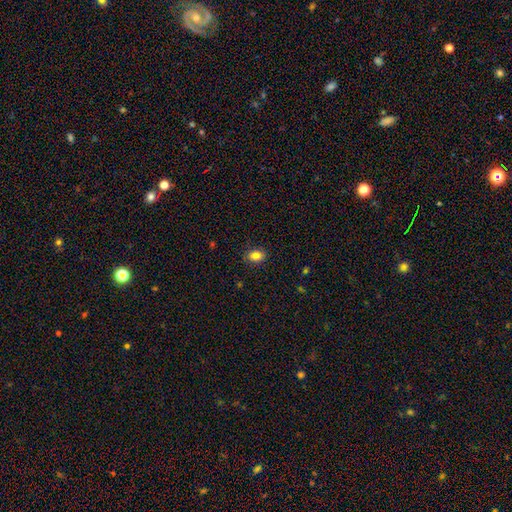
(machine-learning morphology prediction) Smooth or featured?
  - smooth: 83% *
  - star or artifact: 10%
  - featured or disk: 7%
How rounded?
  - in between: 66% *
  - round: 33%
  - cigar-shaped: 1%
Merging?
  - none: 87% *
  - minor disturbance: 10%
  - major disturbance: 2%
  - merger: 1%